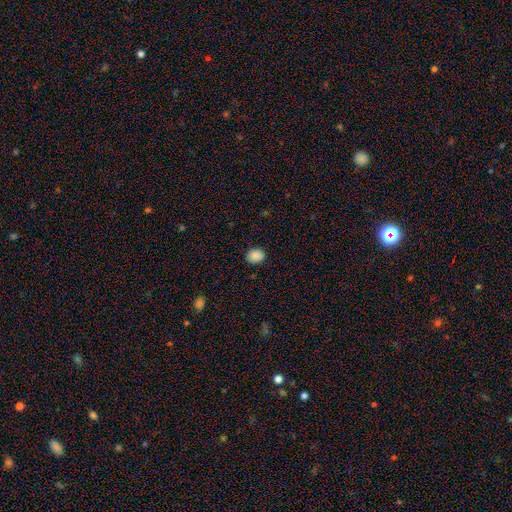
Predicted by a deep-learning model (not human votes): Morphology: type=smooth (88%); roundness=in between (55%); merging=none (87%).